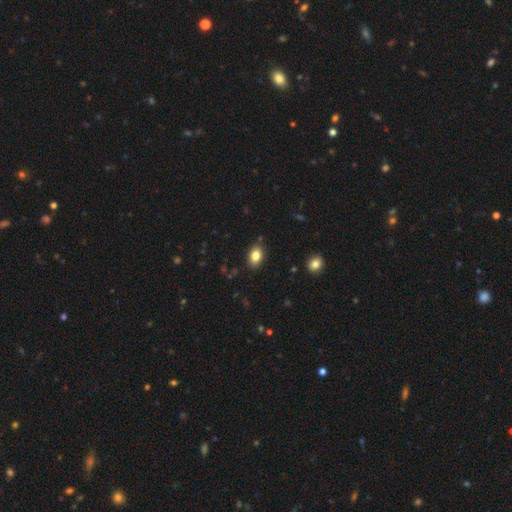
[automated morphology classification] type=smooth (83%); roundness=in between (82%); merging=none (86%).